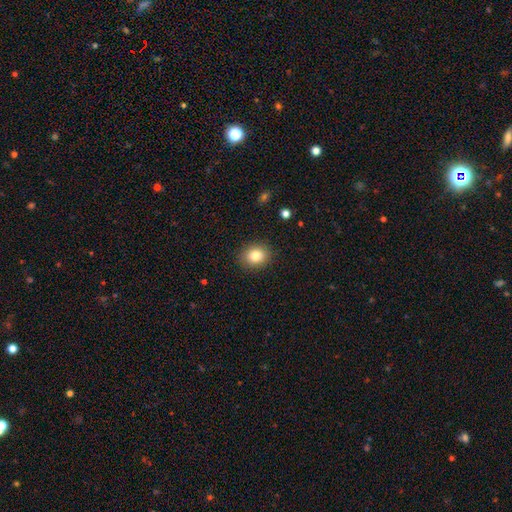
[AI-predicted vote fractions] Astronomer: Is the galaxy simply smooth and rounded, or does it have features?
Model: smooth — 82%.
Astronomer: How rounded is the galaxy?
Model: round — 57% (runner-up: in between, 42%).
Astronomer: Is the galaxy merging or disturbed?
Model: none — 89%.